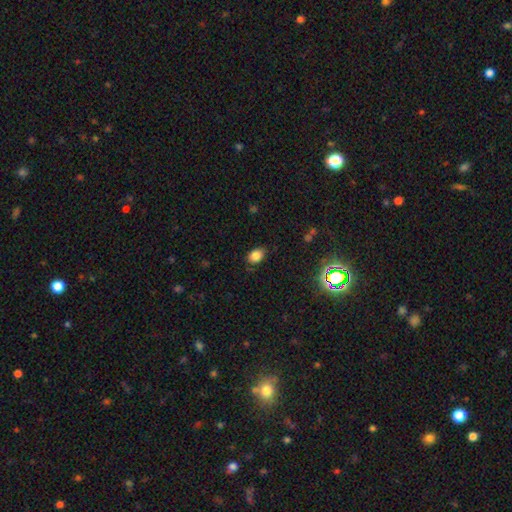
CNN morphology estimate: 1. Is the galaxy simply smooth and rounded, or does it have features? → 82% smooth, 12% star or artifact, 6% featured or disk.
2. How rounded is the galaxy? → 74% in between, 25% round, 1% cigar-shaped.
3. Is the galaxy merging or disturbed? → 80% none, 16% minor disturbance, 3% major disturbance, 1% merger.